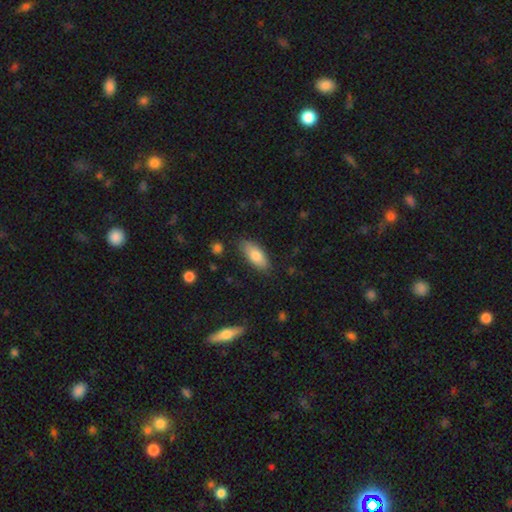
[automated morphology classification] This is likely a smooth galaxy (79%). How rounded: clearly in between (83%). Merging: clearly none (81%).